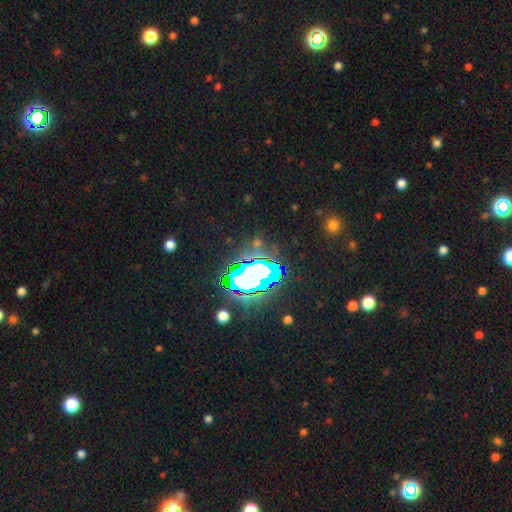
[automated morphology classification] Overall: star or artifact (77%).